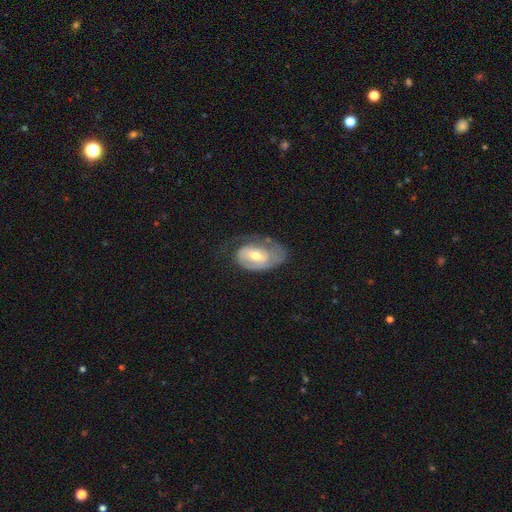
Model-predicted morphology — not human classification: This appears to be a featured or disk galaxy (66%) with no bar (51%), spiral arms (74%) and a moderate central bulge (63%). Merging: none (41%).